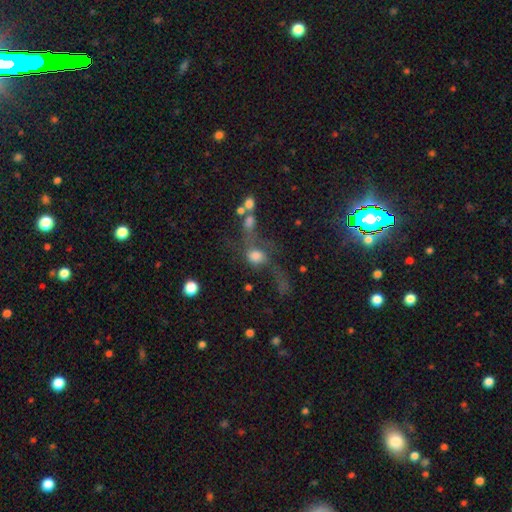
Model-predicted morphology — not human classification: Smooth or featured? Predicted: smooth (p=0.56). How rounded? Predicted: round (p=0.56). Merging? Predicted: major disturbance (p=0.35).